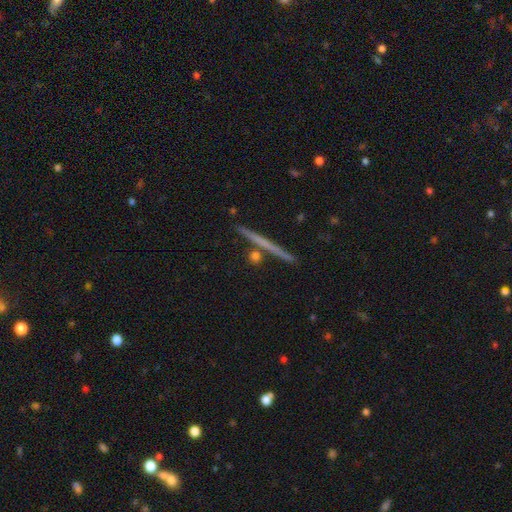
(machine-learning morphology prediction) This is possibly a smooth galaxy (55%). How rounded: possibly cigar-shaped (57%). Merging: likely none (79%).